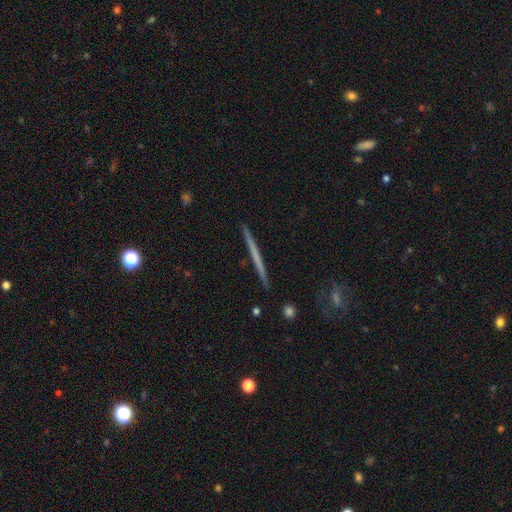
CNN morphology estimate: Smooth or featured? Predicted: featured or disk (p=0.54). Edge-on disk? Predicted: yes (p=0.98). Edge-on bulge? Predicted: none (p=0.91). Merging? Predicted: none (p=0.92).